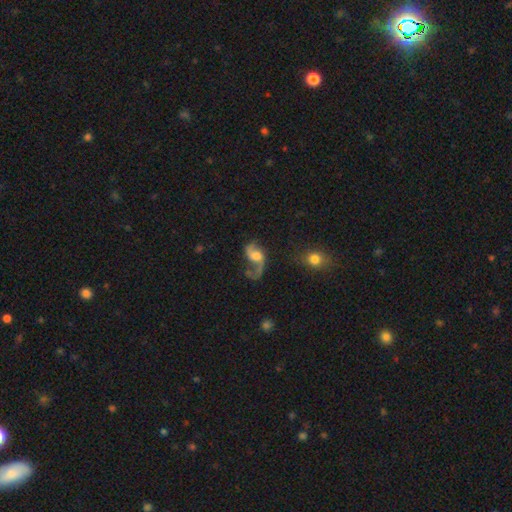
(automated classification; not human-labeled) A featured or disk galaxy (80%) with no bar (55%), 2 (78%) loose (74%) spiral arms (94%) and a moderate central bulge (43%). Merging: none (44%).